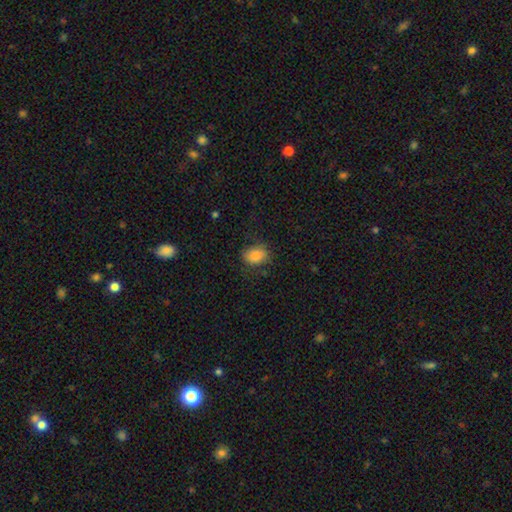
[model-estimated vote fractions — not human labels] smooth_or_featured: smooth (p=0.85) [alt: star or artifact p=0.09]
how_rounded: in between (p=0.65) [alt: round p=0.34]
merging: none (p=0.76) [alt: minor disturbance p=0.17]